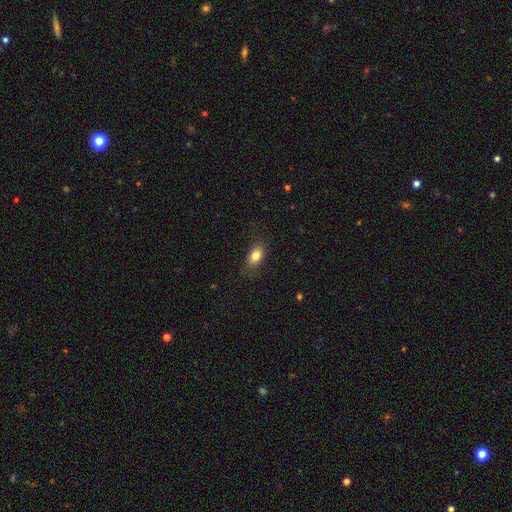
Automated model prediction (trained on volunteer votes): Morphology: type=smooth (82%); roundness=in between (86%); merging=none (78%).